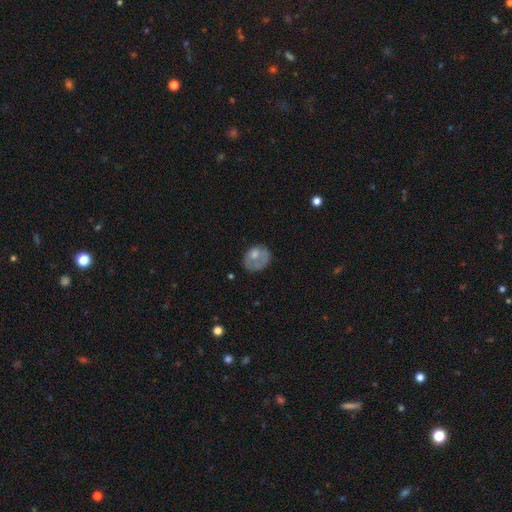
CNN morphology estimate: The model was most divided on "how rounded": in between: 52%, round: 47%, cigar-shaped: 1%. Remaining: smooth or featured — smooth (61%); merging — none (42%).